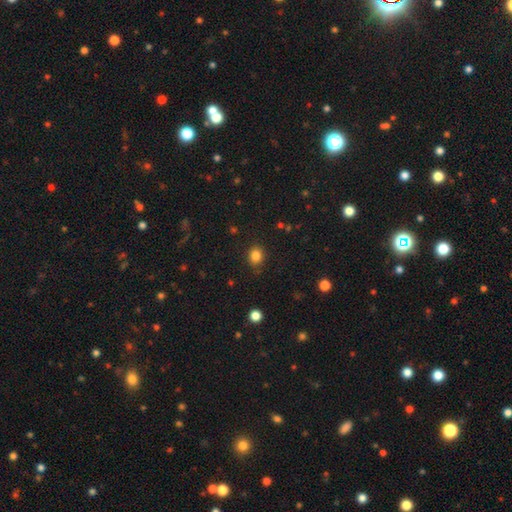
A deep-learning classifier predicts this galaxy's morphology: This is clearly a smooth galaxy (84%). How rounded: likely round (66%). Merging: clearly none (85%).